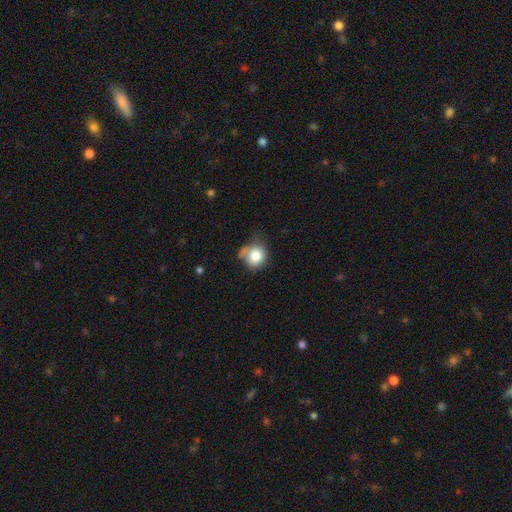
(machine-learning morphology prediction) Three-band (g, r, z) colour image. It shows a smooth galaxy with no disk features (79%) that is round (79%). Merging: none (43%).